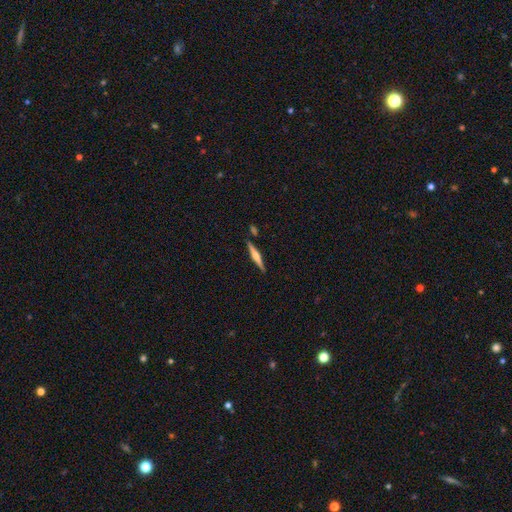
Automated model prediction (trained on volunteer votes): Q: Smooth or featured?
A: featured or disk (66%); runner-up: smooth (28%)
Q: Edge-on disk?
A: yes (98%); runner-up: no (2%)
Q: Edge-on bulge?
A: rounded (83%); runner-up: boxy (10%)
Q: Merging?
A: none (87%); runner-up: minor disturbance (8%)